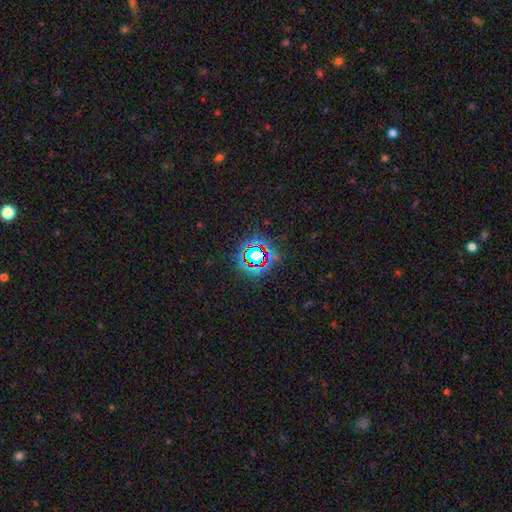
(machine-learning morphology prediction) The model was most divided on "smooth or featured": star or artifact: 73%, smooth: 16%, featured or disk: 11%.